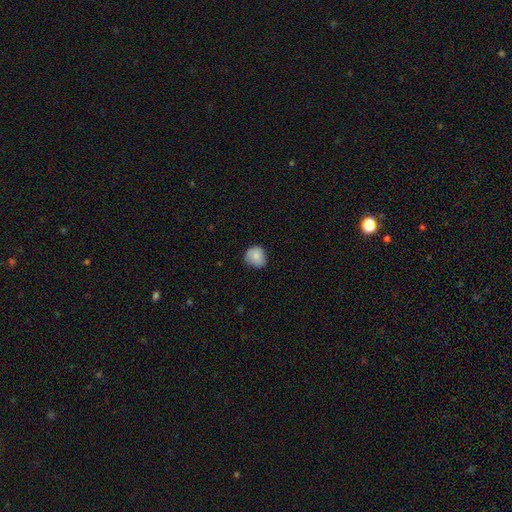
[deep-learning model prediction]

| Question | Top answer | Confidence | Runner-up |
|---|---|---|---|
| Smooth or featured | smooth | 83% | featured or disk (9%) |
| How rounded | round | 81% | in between (18%) |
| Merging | none | 70% | minor disturbance (25%) |